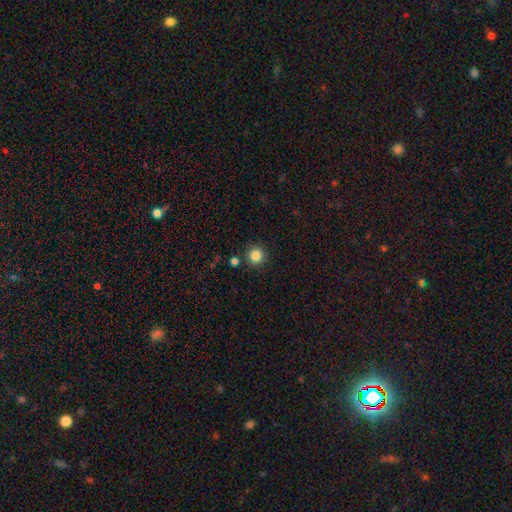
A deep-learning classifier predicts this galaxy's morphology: Smooth or featured? smooth (85%)
How rounded? round (94%)
Merging? none (88%)